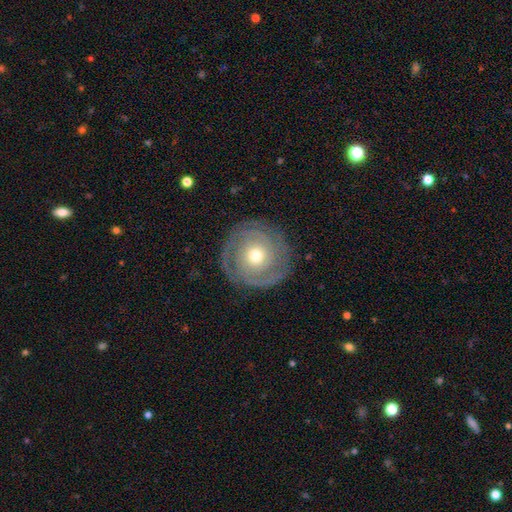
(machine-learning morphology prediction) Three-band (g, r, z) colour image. It shows a featured or disk galaxy (74%) with no bar (81%), 2 (41%) tight (75%) spiral arms (86%) and a moderate central bulge (59%). Merging: none (84%).